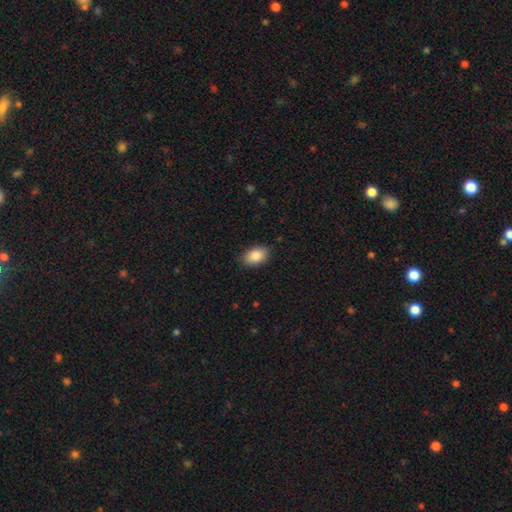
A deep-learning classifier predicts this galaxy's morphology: Smooth or featured? Predicted: smooth (p=0.87). How rounded? Predicted: in between (p=0.89). Merging? Predicted: none (p=0.86).